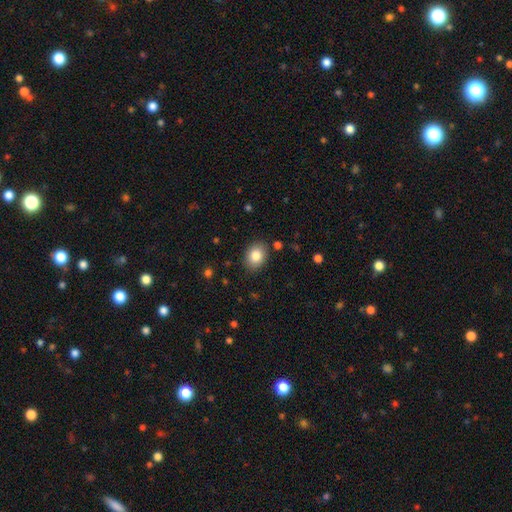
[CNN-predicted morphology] Smooth or featured: smooth — 84% (star or artifact — 8%)
How rounded: in between — 59% (round — 40%)
Merging: none — 87% (minor disturbance — 9%)